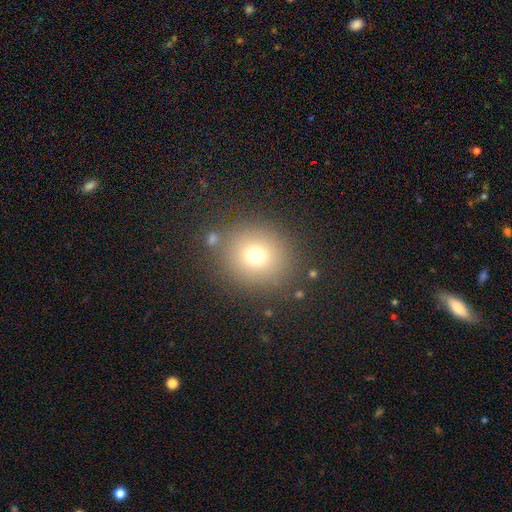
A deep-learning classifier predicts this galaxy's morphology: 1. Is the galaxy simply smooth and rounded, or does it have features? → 72% smooth, 17% star or artifact, 11% featured or disk.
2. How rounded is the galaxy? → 88% round, 11% in between, 1% cigar-shaped.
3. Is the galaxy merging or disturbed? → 83% none, 8% minor disturbance, 5% major disturbance, 4% merger.